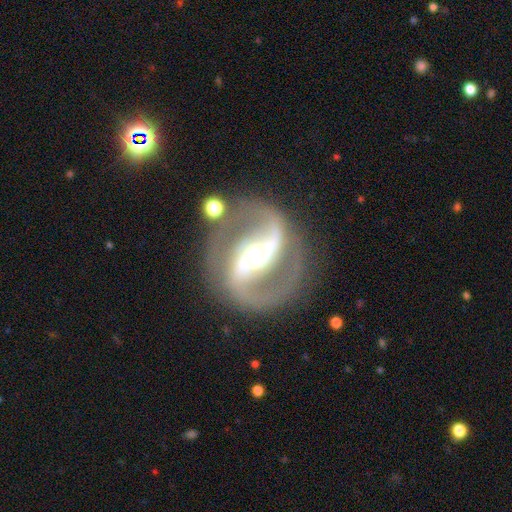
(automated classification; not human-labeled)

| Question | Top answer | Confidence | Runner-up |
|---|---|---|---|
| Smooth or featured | featured or disk | 91% | star or artifact (5%) |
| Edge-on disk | no | 97% | yes (3%) |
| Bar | strong | 58% | weak (27%) |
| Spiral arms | yes | 96% | no (4%) |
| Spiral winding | medium | 62% | loose (20%) |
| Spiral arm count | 2 | 94% | can't tell (2%) |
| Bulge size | moderate | 67% | large (17%) |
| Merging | none | 79% | minor disturbance (11%) |